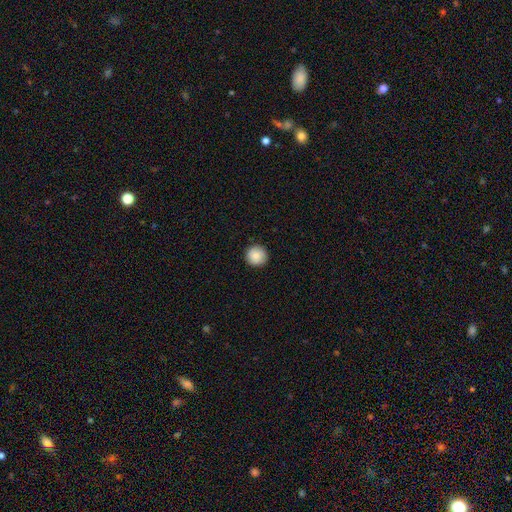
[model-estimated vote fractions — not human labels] This is clearly a smooth galaxy (87%). How rounded: clearly round (95%). Merging: clearly none (90%).